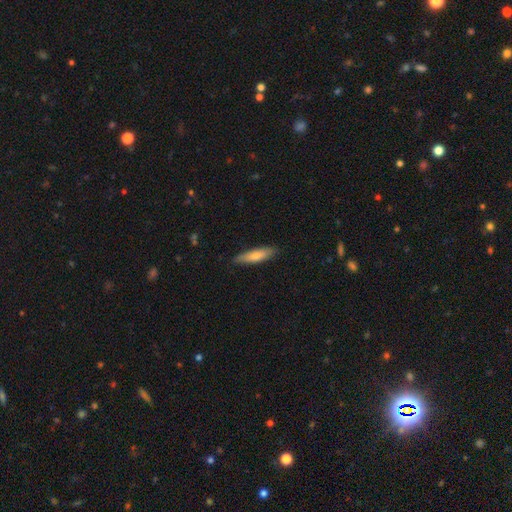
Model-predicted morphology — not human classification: Overall: smooth (74%). How rounded: cigar-shaped (71%). Merging: none (85%).